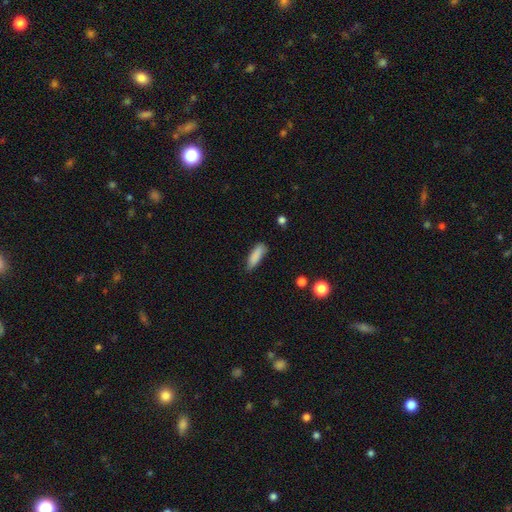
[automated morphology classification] A smooth galaxy with no disk features (86%) that is in between round and cigar-shaped (54%). Merging: none (71%).